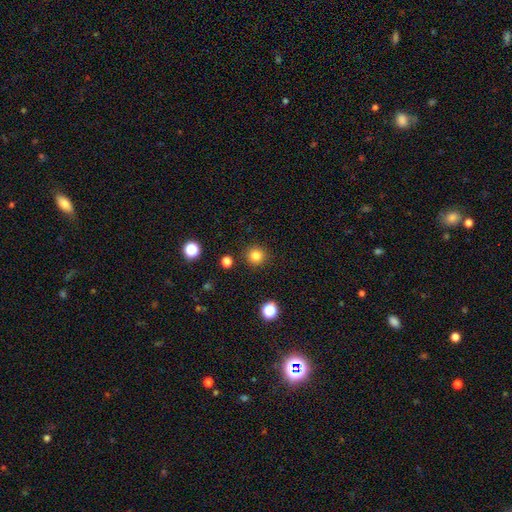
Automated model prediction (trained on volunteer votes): smooth 82%, star or artifact 13%, featured or disk 5%. Down the decision tree: how rounded — round (94%); merging — none (91%).